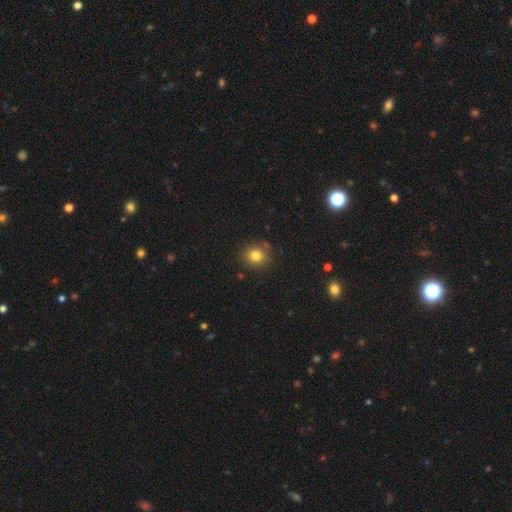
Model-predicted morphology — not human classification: type=smooth (81%); roundness=round (85%); merging=none (85%).